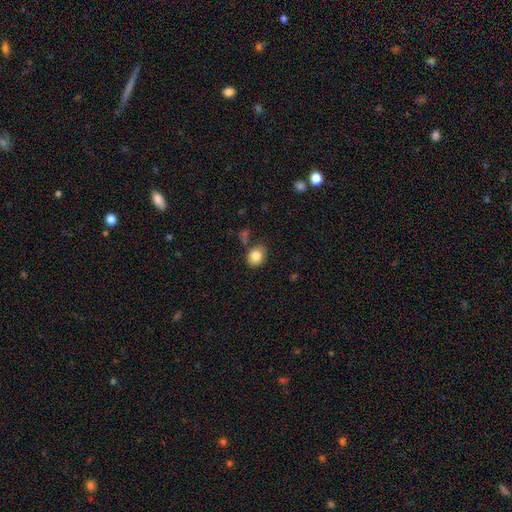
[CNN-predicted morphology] Smooth or featured? smooth (83%)
How rounded? round (51%)
Merging? none (71%)